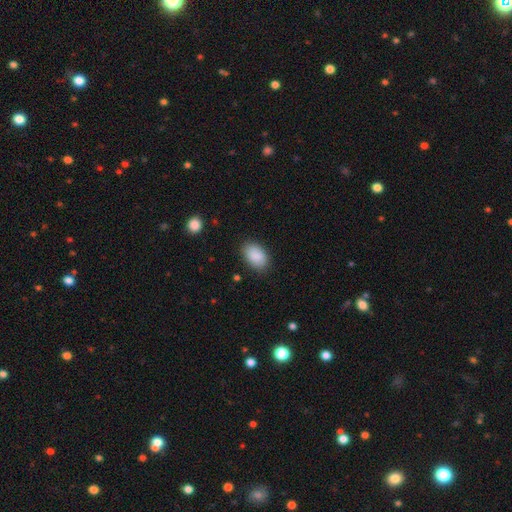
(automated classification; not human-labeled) Smooth or featured? smooth (89%)
How rounded? in between (91%)
Merging? none (85%)